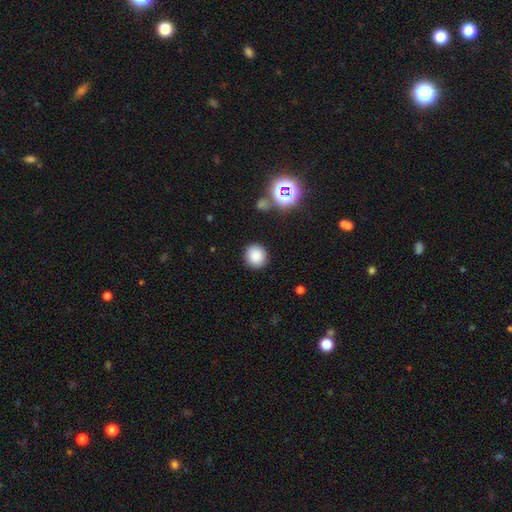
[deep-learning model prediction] Smooth or featured? Predicted: smooth (p=0.84). How rounded? Predicted: round (p=0.88). Merging? Predicted: none (p=0.89).